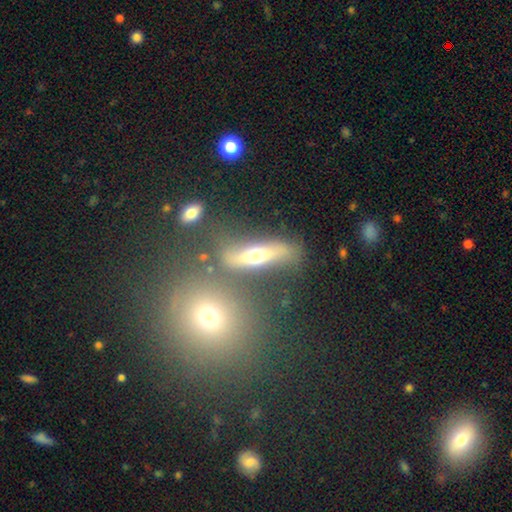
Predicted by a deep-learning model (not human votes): featured or disk 46%, smooth 44%, star or artifact 10%. Down the decision tree: merging — none (64%).